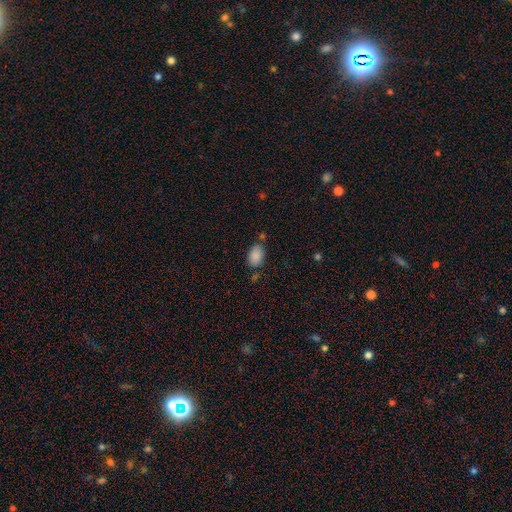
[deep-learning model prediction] Smooth or featured?
  - smooth: 88% *
  - star or artifact: 8%
  - featured or disk: 4%
How rounded?
  - in between: 87% *
  - round: 12%
  - cigar-shaped: 1%
Merging?
  - none: 70% *
  - minor disturbance: 18%
  - merger: 8%
  - major disturbance: 4%